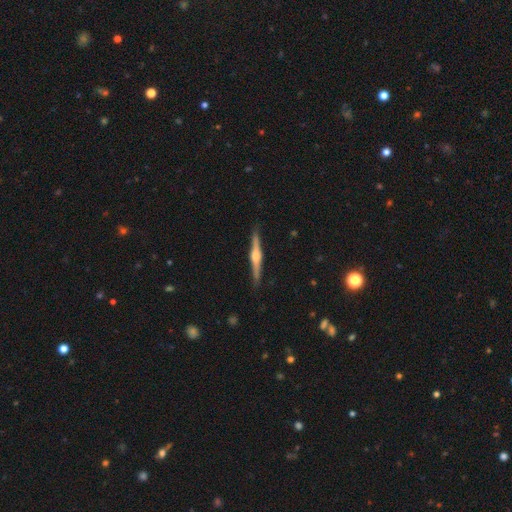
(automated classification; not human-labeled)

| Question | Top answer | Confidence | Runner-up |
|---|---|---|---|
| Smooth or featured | featured or disk | 74% | smooth (20%) |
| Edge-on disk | yes | 98% | no (2%) |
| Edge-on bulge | rounded | 84% | boxy (11%) |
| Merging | none | 90% | minor disturbance (8%) |